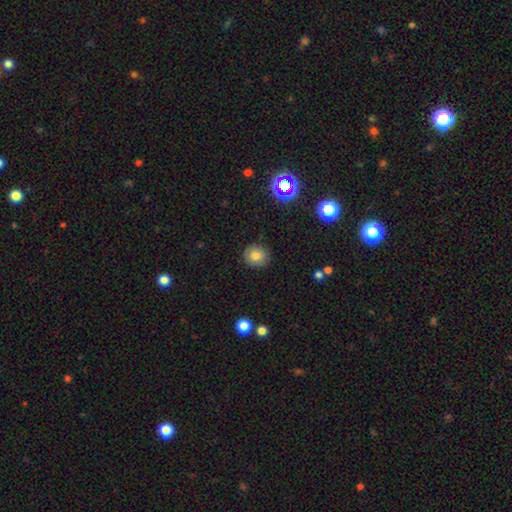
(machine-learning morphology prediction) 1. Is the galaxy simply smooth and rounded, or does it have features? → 78% smooth, 12% star or artifact, 9% featured or disk.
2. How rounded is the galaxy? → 85% round, 14% in between, 1% cigar-shaped.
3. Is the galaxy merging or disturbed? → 89% none, 8% minor disturbance, 2% major disturbance, 1% merger.